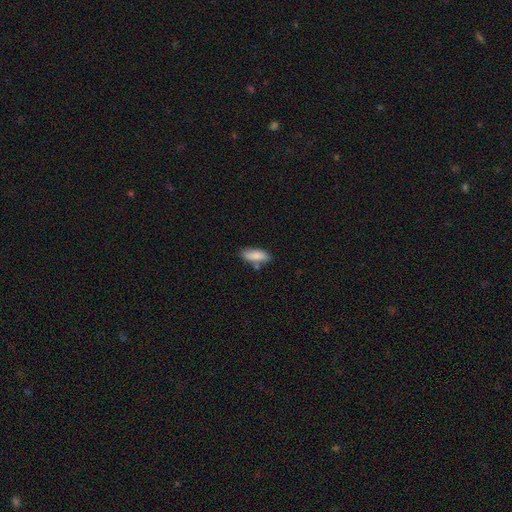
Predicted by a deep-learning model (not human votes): Smooth or featured?
  - smooth: 84% *
  - featured or disk: 9%
  - star or artifact: 6%
How rounded?
  - in between: 70% *
  - cigar-shaped: 28%
  - round: 2%
Merging?
  - none: 72% *
  - minor disturbance: 16%
  - merger: 8%
  - major disturbance: 3%